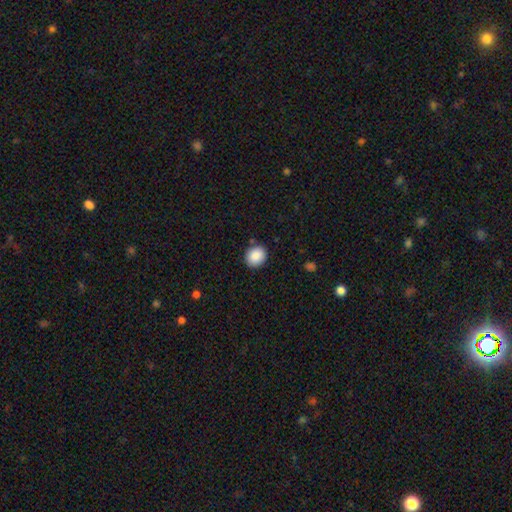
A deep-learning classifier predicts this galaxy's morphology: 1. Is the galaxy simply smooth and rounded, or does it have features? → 88% smooth, 8% star or artifact, 4% featured or disk.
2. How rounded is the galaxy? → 70% round, 29% in between, 1% cigar-shaped.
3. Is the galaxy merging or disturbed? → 86% none, 9% minor disturbance, 2% major disturbance, 2% merger.